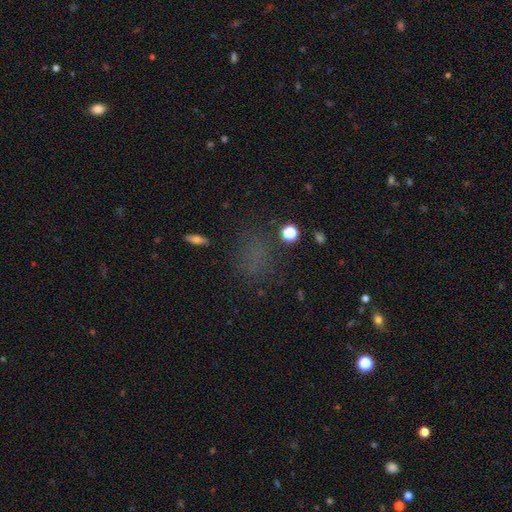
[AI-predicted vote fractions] smooth_or_featured: smooth (p=0.58) [alt: star or artifact p=0.33]
how_rounded: round (p=0.49) [alt: in between p=0.48]
merging: none (p=0.71) [alt: minor disturbance p=0.15]